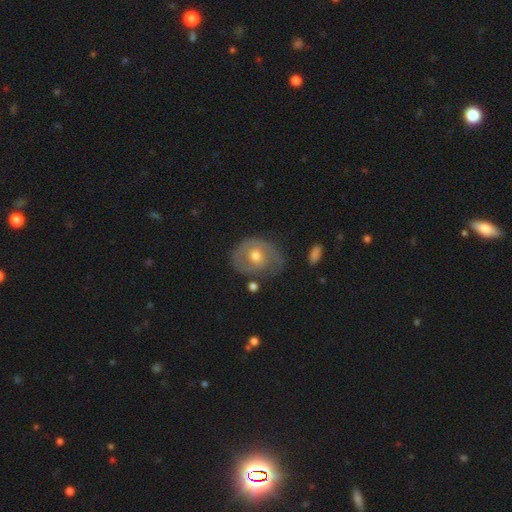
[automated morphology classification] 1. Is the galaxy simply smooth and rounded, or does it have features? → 60% featured or disk, 33% smooth, 7% star or artifact.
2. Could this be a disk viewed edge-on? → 95% no, 5% yes.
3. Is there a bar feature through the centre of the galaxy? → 79% no, 18% weak, 4% strong.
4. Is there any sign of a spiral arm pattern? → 56% yes, 44% no.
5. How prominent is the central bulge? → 76% moderate, 15% small, 7% large, 1% none, 1% dominant.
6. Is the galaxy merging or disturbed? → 58% none, 27% minor disturbance, 13% major disturbance, 3% merger.